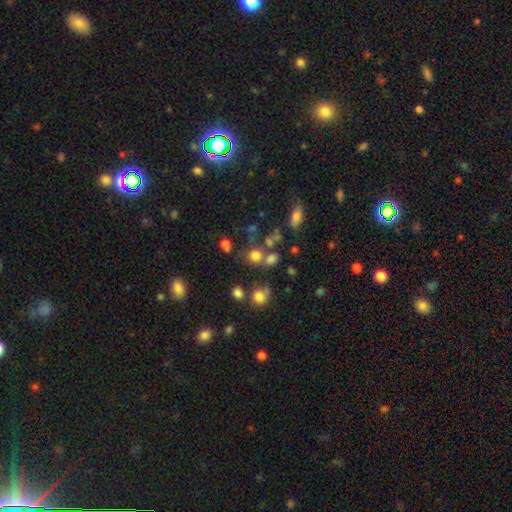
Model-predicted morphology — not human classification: Smooth or featured? smooth (71%)
How rounded? round (78%)
Merging? none (55%)